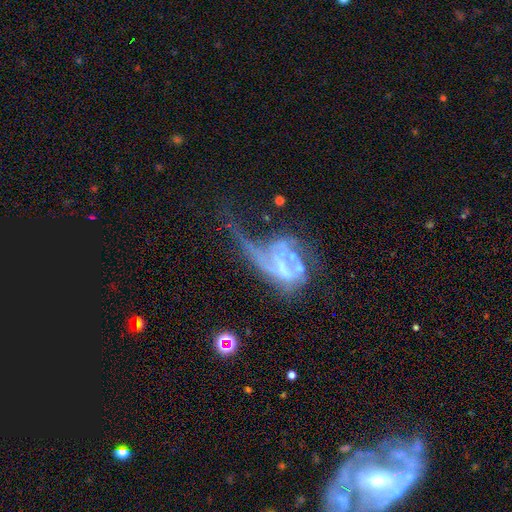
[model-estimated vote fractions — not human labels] This appears to be a featured or disk galaxy (59%). Merging: major disturbance (43%).